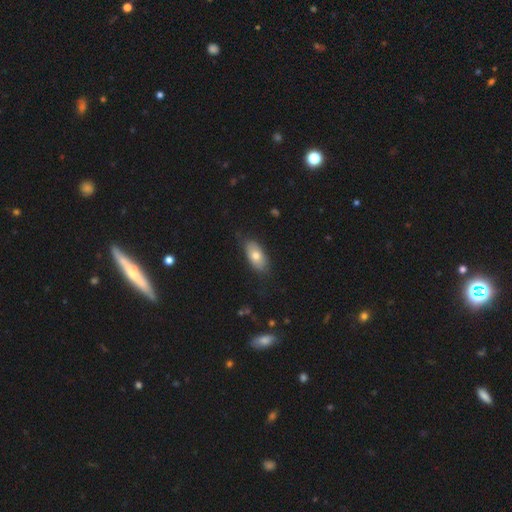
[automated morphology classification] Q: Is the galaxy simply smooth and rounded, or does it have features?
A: smooth — 70%.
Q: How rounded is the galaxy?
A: in between — 90%.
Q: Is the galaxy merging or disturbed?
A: none — 76%.